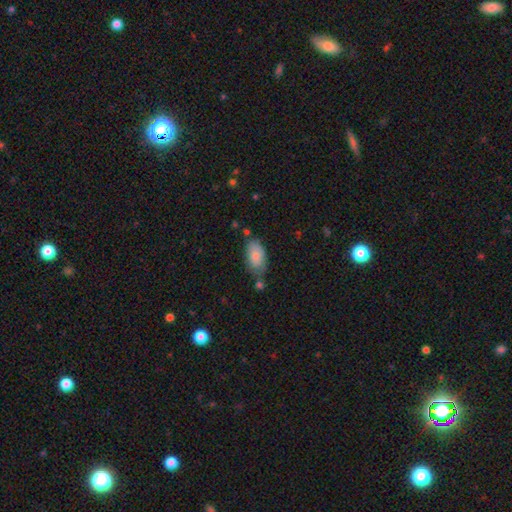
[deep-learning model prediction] Smooth or featured? smooth (78%)
How rounded? in between (93%)
Merging? none (57%)